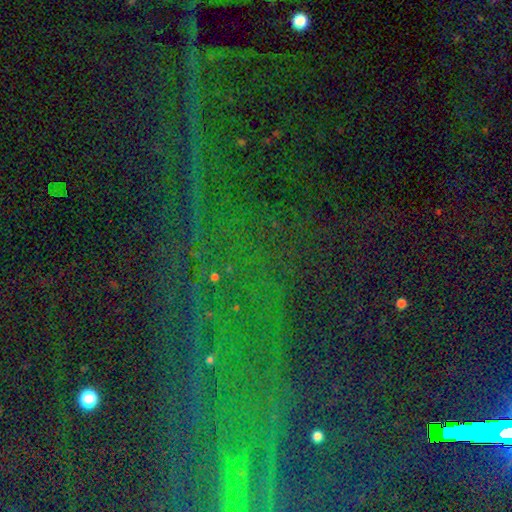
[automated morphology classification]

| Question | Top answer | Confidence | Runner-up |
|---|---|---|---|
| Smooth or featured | star or artifact | 84% | smooth (8%) |